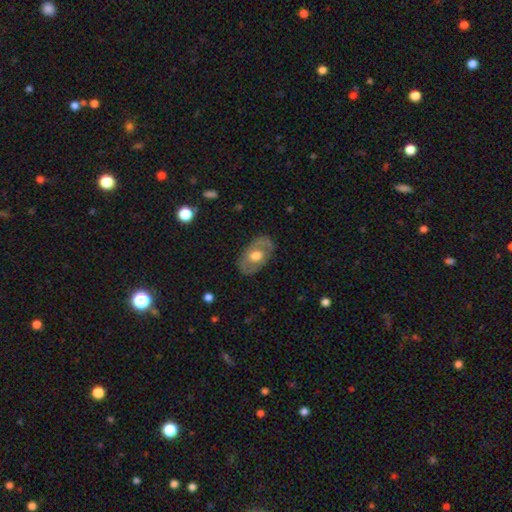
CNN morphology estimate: featured or disk 49%, smooth 46%, star or artifact 6%. Down the decision tree: merging — none (80%).